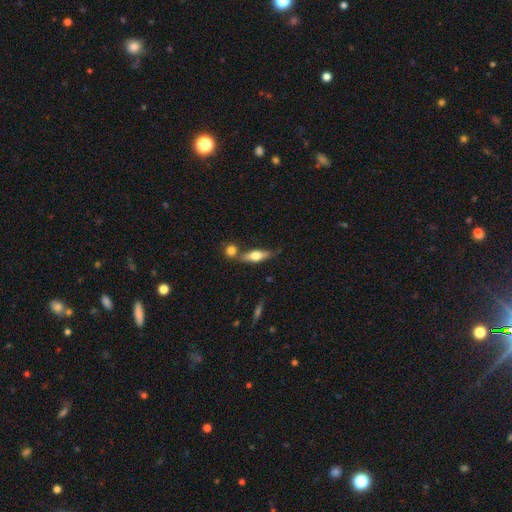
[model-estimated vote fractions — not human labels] smooth-or-featured: smooth: 56% | featured or disk: 37% | star or artifact: 7%
  how-rounded: in between: 49% | cigar-shaped: 47% | round: 4%
  merging: none: 60% | merger: 21% | minor disturbance: 14% | major disturbance: 4%